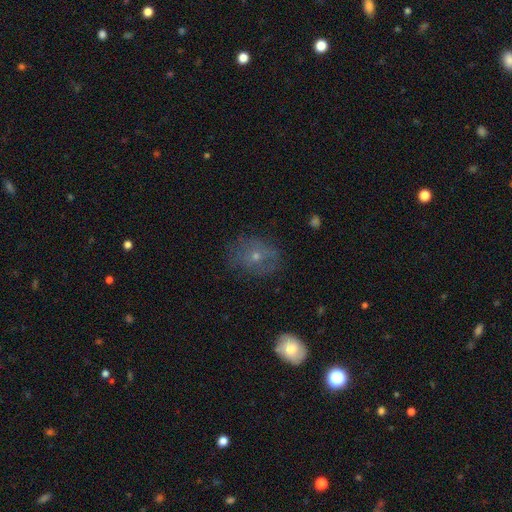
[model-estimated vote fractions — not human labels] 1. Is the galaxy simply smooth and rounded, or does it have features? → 47% smooth, 40% featured or disk, 14% star or artifact.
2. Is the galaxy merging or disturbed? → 65% none, 21% minor disturbance, 12% major disturbance, 2% merger.